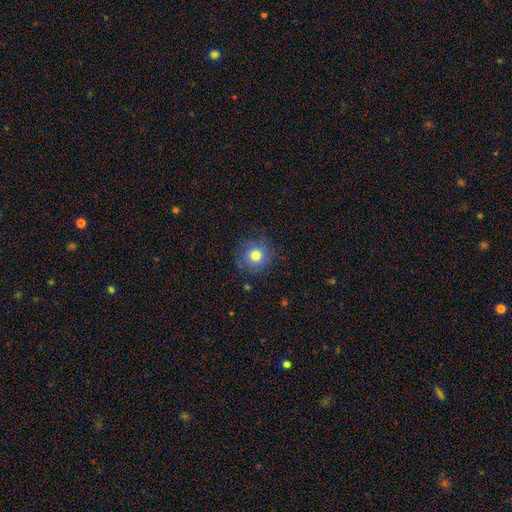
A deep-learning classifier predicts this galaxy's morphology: smooth_or_featured: smooth (p=0.78) [alt: star or artifact p=0.12]
how_rounded: round (p=0.93) [alt: in between p=0.06]
merging: none (p=0.84) [alt: minor disturbance p=0.11]